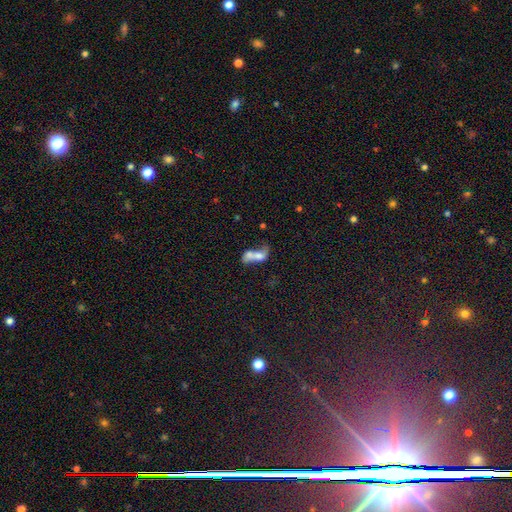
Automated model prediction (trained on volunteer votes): smooth-or-featured: smooth: 55% | featured or disk: 34% | star or artifact: 12%
  how-rounded: in between: 72% | round: 18% | cigar-shaped: 10%
  merging: merger: 71% | none: 12% | major disturbance: 10% | minor disturbance: 6%